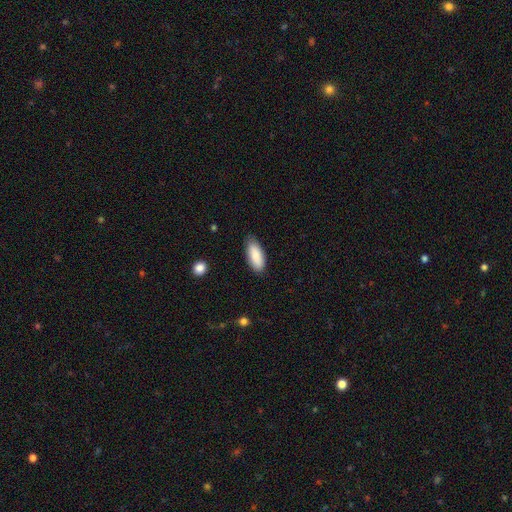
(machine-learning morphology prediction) smooth 87%, featured or disk 7%, star or artifact 6%. Down the decision tree: how rounded — in between (81%); merging — none (83%).